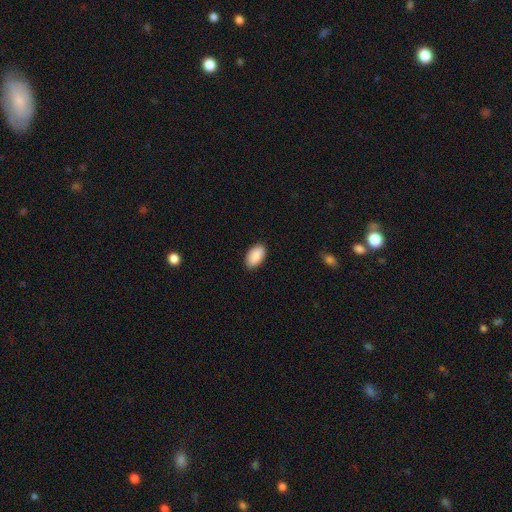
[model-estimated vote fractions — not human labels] Smooth or featured? smooth (90%)
How rounded? in between (95%)
Merging? none (89%)